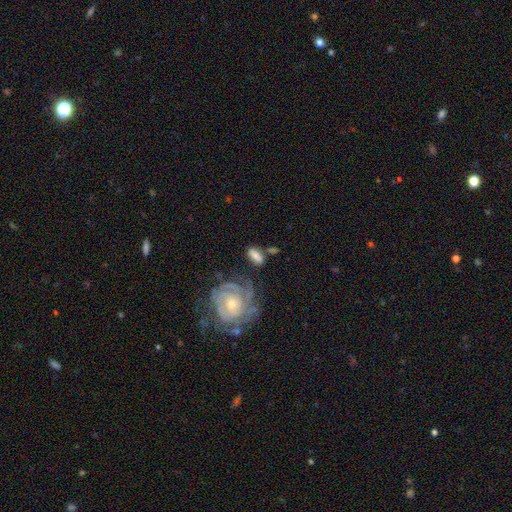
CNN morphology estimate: A smooth galaxy with no disk features (56%) that is in between round and cigar-shaped (78%). Merging: none (58%).